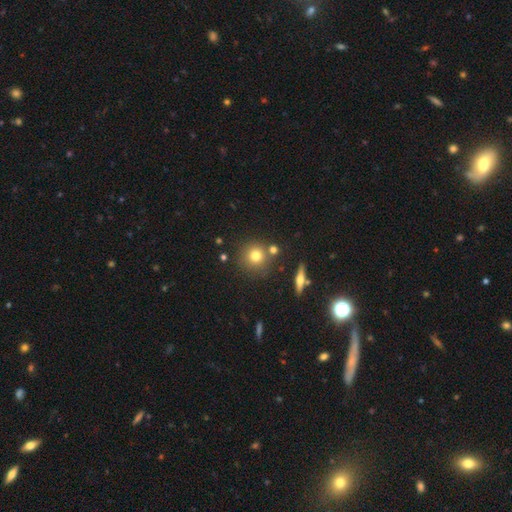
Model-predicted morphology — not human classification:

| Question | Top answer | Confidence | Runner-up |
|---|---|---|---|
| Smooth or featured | smooth | 74% | star or artifact (13%) |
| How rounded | round | 92% | in between (7%) |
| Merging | none | 77% | merger (11%) |